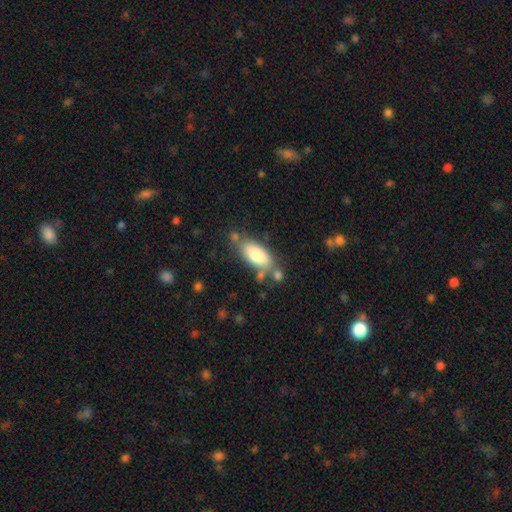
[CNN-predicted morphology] smooth 75%, featured or disk 18%, star or artifact 7%. Down the decision tree: how rounded — in between (87%); merging — none (64%).